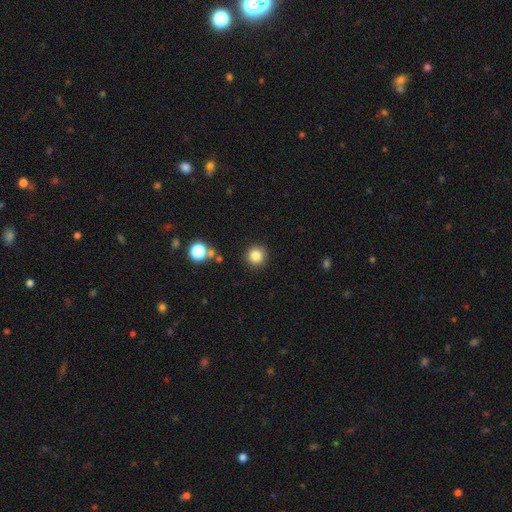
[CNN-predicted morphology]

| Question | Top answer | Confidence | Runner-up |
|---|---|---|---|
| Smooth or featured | smooth | 83% | star or artifact (12%) |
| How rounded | round | 94% | in between (5%) |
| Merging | none | 89% | minor disturbance (7%) |